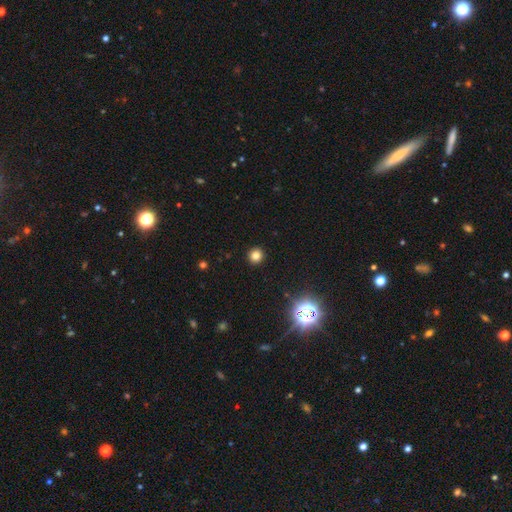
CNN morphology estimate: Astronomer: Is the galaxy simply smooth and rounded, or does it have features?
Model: smooth — 80%.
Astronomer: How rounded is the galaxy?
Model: round — 93%.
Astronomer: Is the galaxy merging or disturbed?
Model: none — 93%.